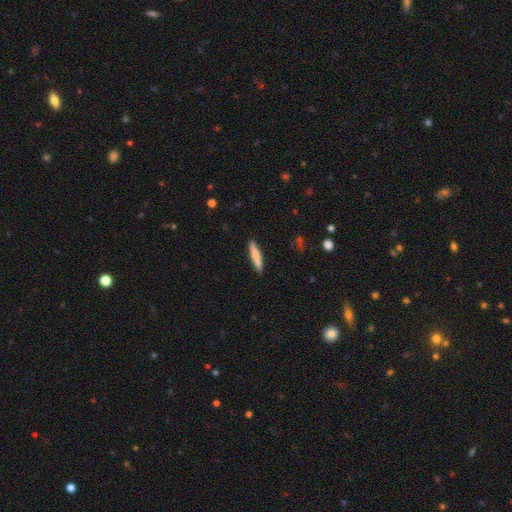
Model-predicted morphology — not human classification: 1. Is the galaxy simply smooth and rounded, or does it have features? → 72% smooth, 22% featured or disk, 6% star or artifact.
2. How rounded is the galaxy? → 89% cigar-shaped, 10% in between, 1% round.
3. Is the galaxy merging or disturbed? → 85% none, 11% minor disturbance, 2% major disturbance, 2% merger.